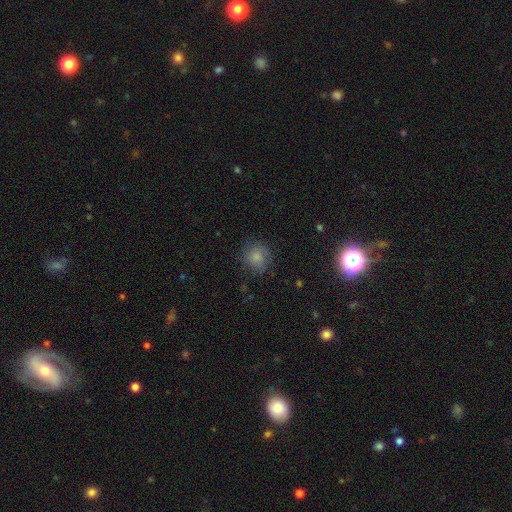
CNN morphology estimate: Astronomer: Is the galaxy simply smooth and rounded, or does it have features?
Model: smooth — 63%.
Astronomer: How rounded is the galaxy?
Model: round — 87%.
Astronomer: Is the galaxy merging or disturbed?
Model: none — 81%.